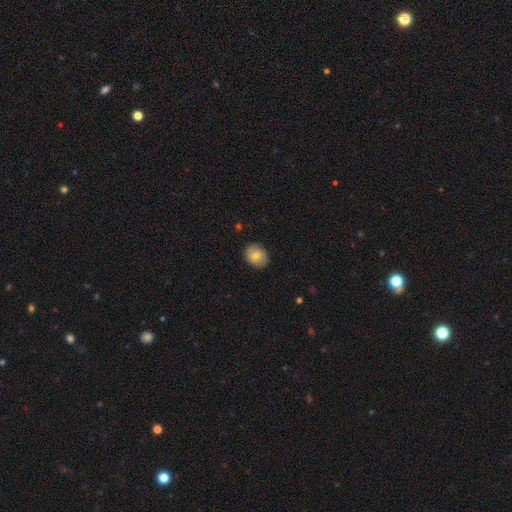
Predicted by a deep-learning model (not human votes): Q: Smooth or featured?
A: smooth (73%); runner-up: featured or disk (19%)
Q: How rounded?
A: round (60%); runner-up: in between (39%)
Q: Merging?
A: none (85%); runner-up: minor disturbance (12%)